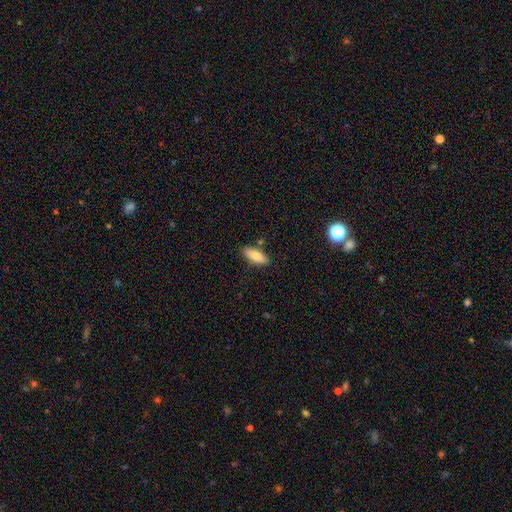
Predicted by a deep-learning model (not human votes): A smooth galaxy with no disk features (77%) that is in between round and cigar-shaped (79%). Merging: none (83%).